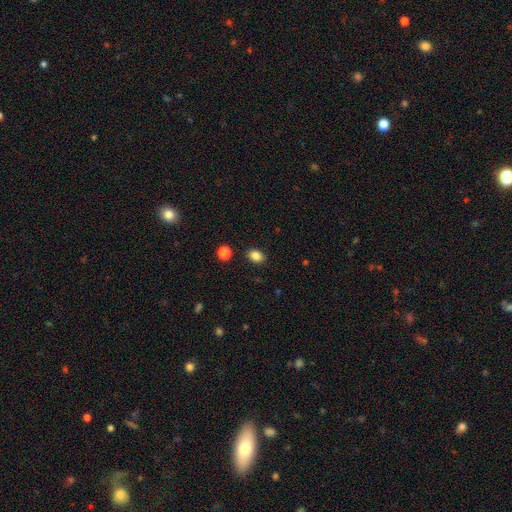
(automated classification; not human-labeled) Smooth or featured? Predicted: smooth (p=0.85). How rounded? Predicted: in between (p=0.74). Merging? Predicted: none (p=0.87).